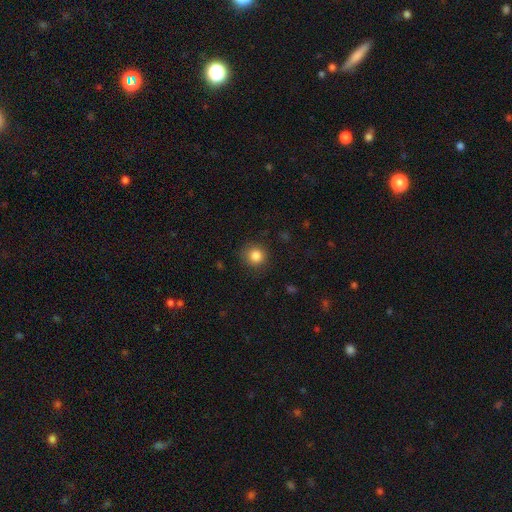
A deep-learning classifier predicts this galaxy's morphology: Smooth or featured: smooth — 84% (star or artifact — 11%)
How rounded: round — 92% (in between — 7%)
Merging: none — 87% (minor disturbance — 9%)